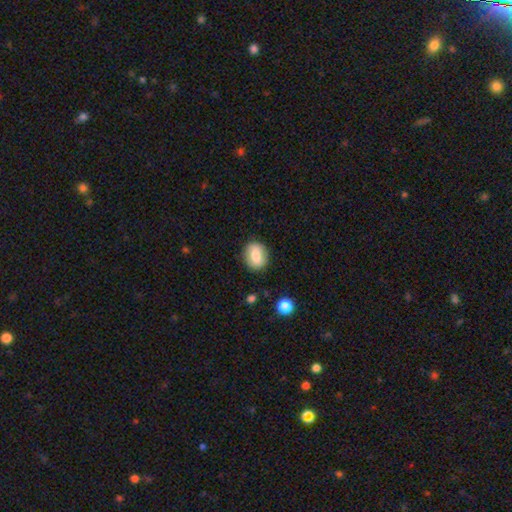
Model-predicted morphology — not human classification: Smooth or featured?
  - smooth: 76% *
  - featured or disk: 16%
  - star or artifact: 8%
How rounded?
  - round: 51% *
  - in between: 48%
  - cigar-shaped: 2%
Merging?
  - none: 83% *
  - minor disturbance: 12%
  - major disturbance: 3%
  - merger: 2%